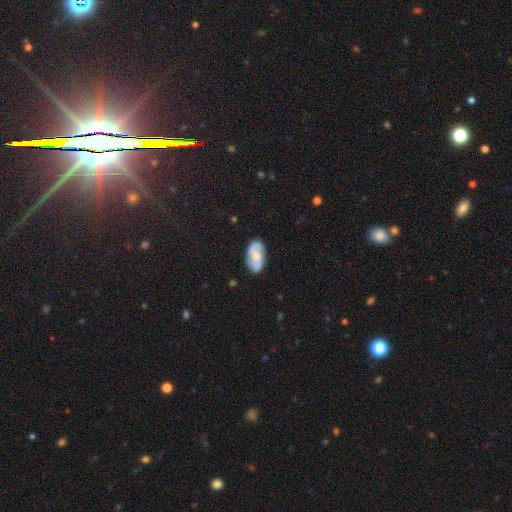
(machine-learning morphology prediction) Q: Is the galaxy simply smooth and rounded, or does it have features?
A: featured or disk — 52%.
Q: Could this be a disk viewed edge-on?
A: no — 95%.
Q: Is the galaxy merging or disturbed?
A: none — 79%.